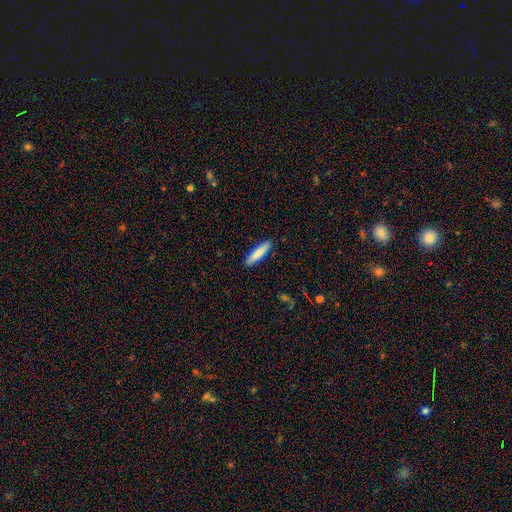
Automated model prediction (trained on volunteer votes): Smooth or featured?
  - smooth: 85% *
  - featured or disk: 10%
  - star or artifact: 5%
How rounded?
  - cigar-shaped: 78% *
  - in between: 20%
  - round: 1%
Merging?
  - none: 90% *
  - minor disturbance: 7%
  - major disturbance: 2%
  - merger: 1%